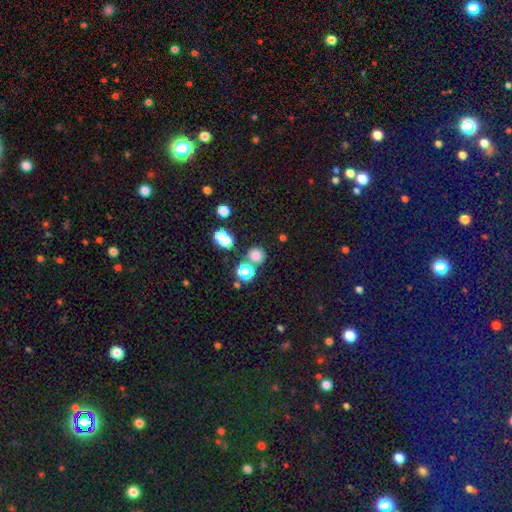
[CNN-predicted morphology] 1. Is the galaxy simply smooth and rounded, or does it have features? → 75% smooth, 18% star or artifact, 7% featured or disk.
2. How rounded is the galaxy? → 87% round, 12% in between, 1% cigar-shaped.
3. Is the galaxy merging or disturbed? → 66% none, 22% merger, 8% minor disturbance, 4% major disturbance.